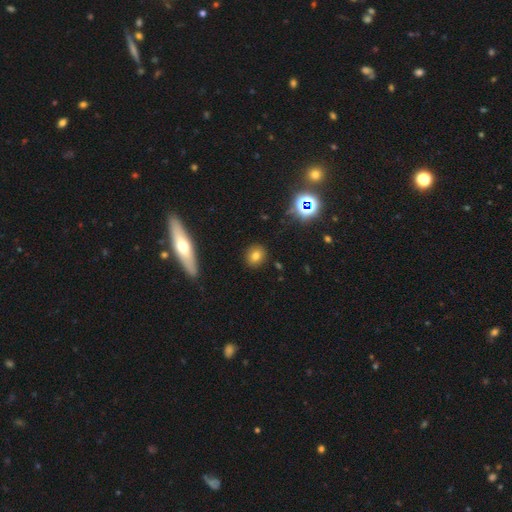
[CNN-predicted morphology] Smooth or featured? smooth (75%)
How rounded? round (72%)
Merging? none (88%)